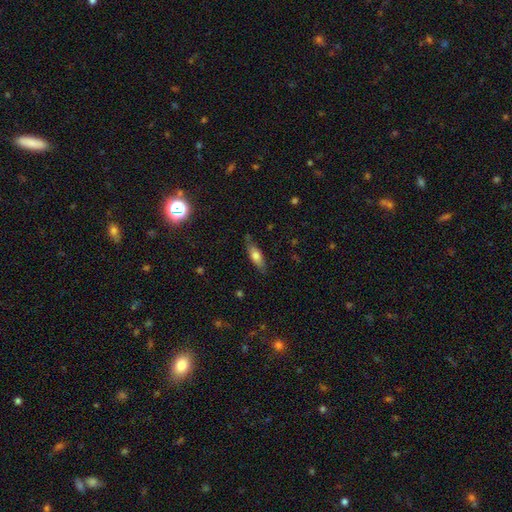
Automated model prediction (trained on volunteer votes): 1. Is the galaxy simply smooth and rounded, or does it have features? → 67% smooth, 26% featured or disk, 7% star or artifact.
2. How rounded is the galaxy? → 58% in between, 39% cigar-shaped, 2% round.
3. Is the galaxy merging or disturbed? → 78% none, 17% minor disturbance, 4% major disturbance, 2% merger.